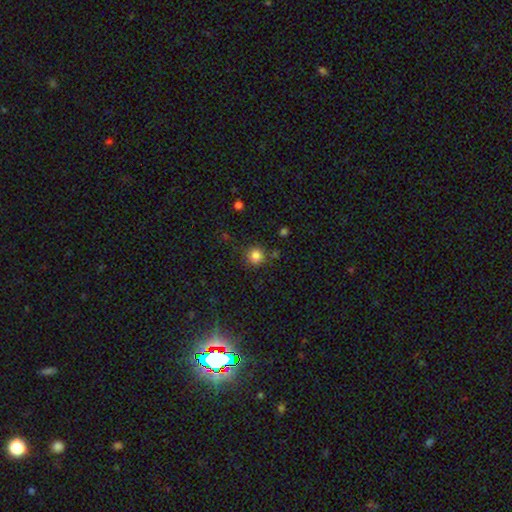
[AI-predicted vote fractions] This is clearly a smooth galaxy (83%). How rounded: clearly round (93%). Merging: clearly none (83%).